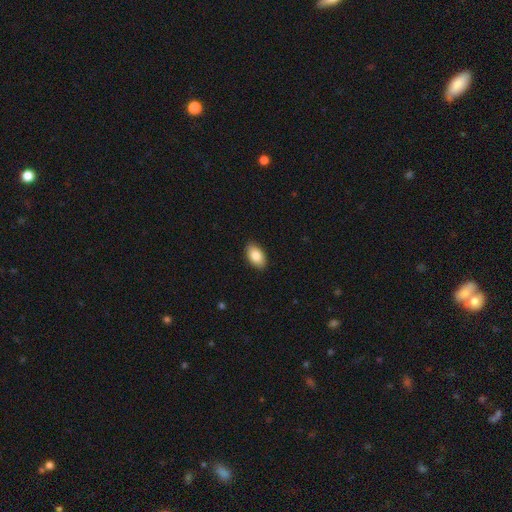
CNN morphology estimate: Smooth or featured? smooth (86%)
How rounded? in between (94%)
Merging? none (89%)